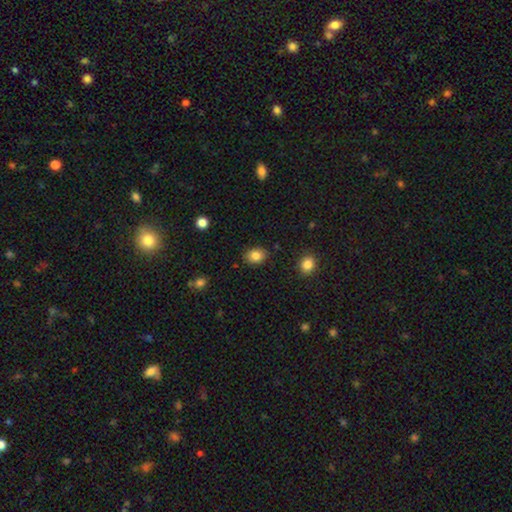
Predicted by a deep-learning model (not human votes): The model was most divided on "how rounded": in between: 64%, round: 35%, cigar-shaped: 1%. More confident: merging — none (86%); smooth or featured — smooth (84%).